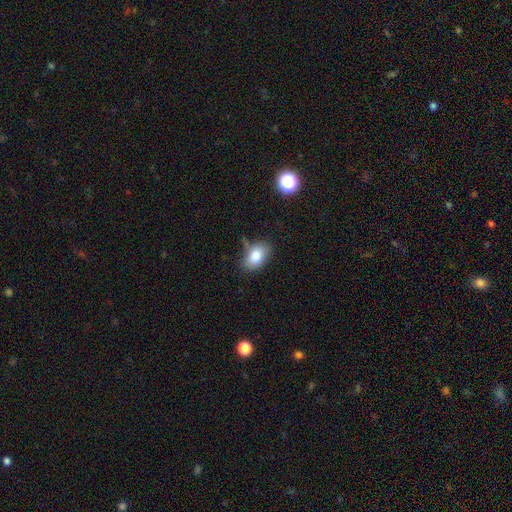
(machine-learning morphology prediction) Overall: smooth (81%). How rounded: in between (87%). Merging: none (66%).